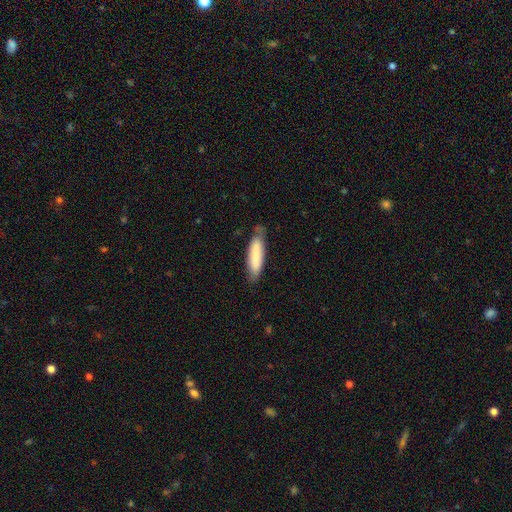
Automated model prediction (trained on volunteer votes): Smooth or featured: smooth — 81% (featured or disk — 14%)
How rounded: cigar-shaped — 73% (in between — 26%)
Merging: none — 71% (minor disturbance — 22%)